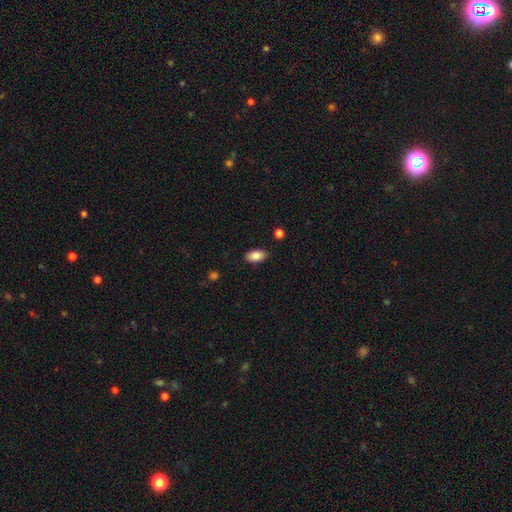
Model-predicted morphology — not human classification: The model was most divided on "merging": none: 87%, minor disturbance: 9%, major disturbance: 2%, merger: 1%. More confident: how rounded — in between (93%); smooth or featured — smooth (86%).